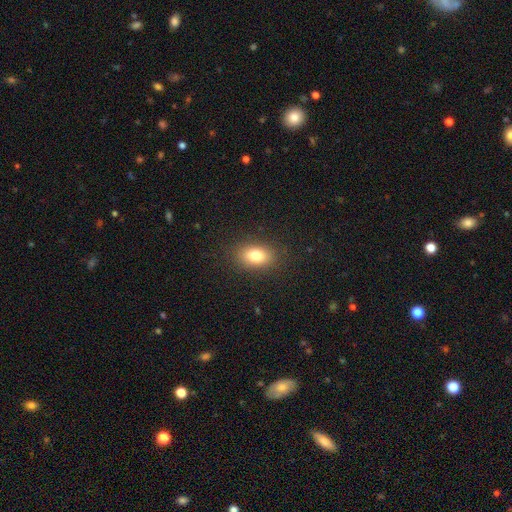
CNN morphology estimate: The model was most divided on "how rounded": in between: 81%, round: 17%, cigar-shaped: 2%. More confident: merging — none (87%); smooth or featured — smooth (80%).